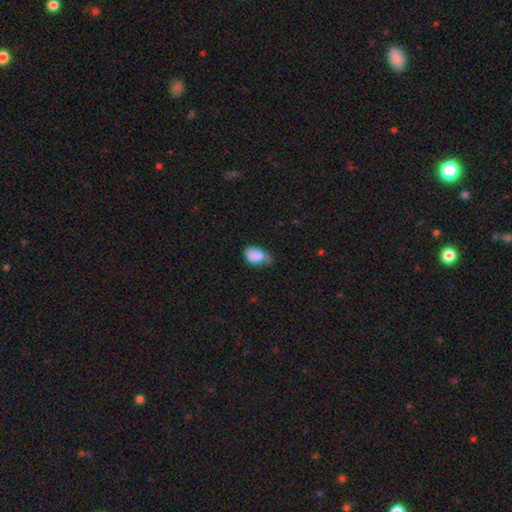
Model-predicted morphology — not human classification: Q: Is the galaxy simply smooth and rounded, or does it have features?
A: smooth — 82%.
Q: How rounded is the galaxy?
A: in between — 81%.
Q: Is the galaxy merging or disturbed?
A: minor disturbance — 41%.